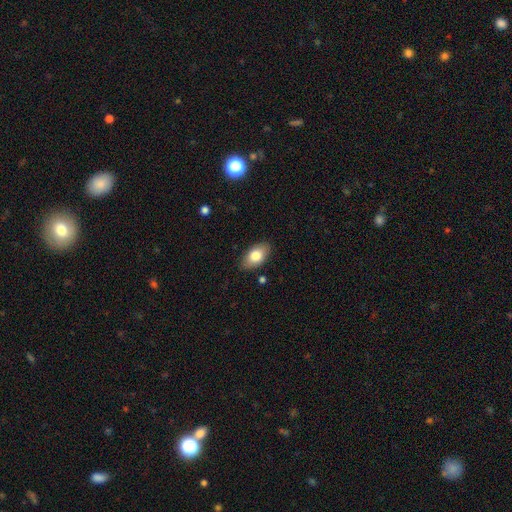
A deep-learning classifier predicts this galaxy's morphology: This is likely a smooth galaxy (80%). How rounded: clearly in between (93%). Merging: clearly none (85%).